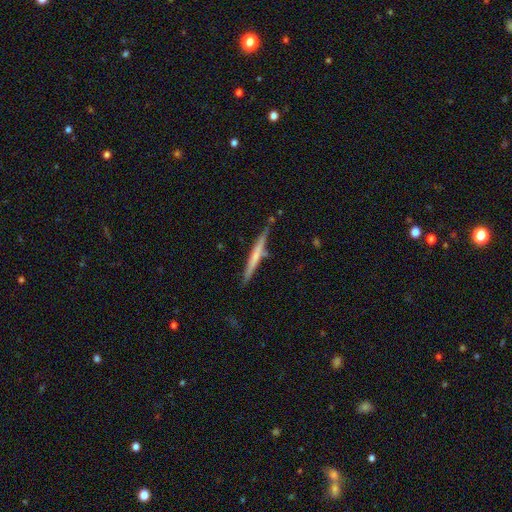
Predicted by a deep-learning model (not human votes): Q: Smooth or featured?
A: featured or disk (50%); runner-up: smooth (45%)
Q: Merging?
A: none (79%); runner-up: minor disturbance (14%)